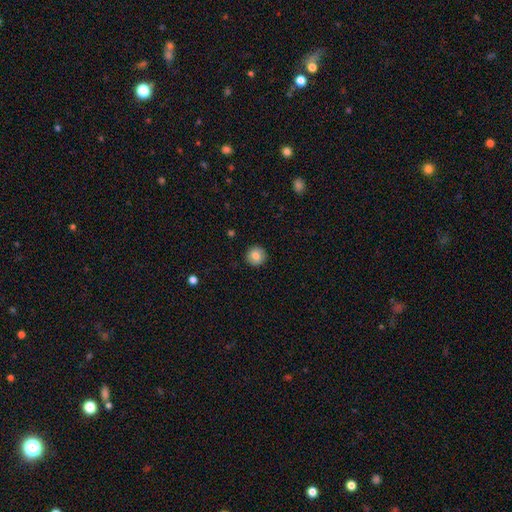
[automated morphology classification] smooth 80%, featured or disk 11%, star or artifact 8%. Down the decision tree: how rounded — round (92%); merging — none (90%).